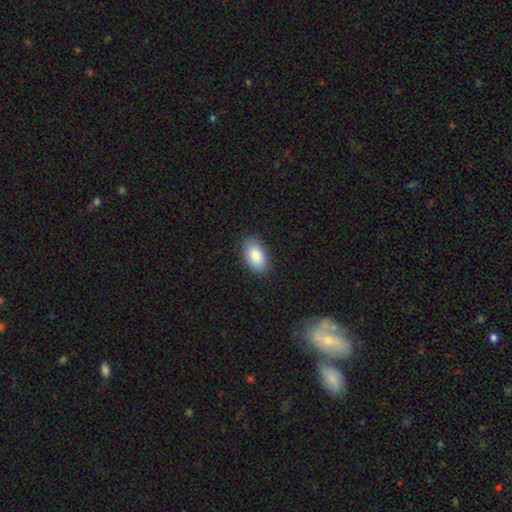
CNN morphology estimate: smooth-or-featured: smooth: 87% | featured or disk: 7% | star or artifact: 6%
  how-rounded: in between: 93% | round: 5% | cigar-shaped: 2%
  merging: none: 87% | minor disturbance: 10% | major disturbance: 2% | merger: 1%